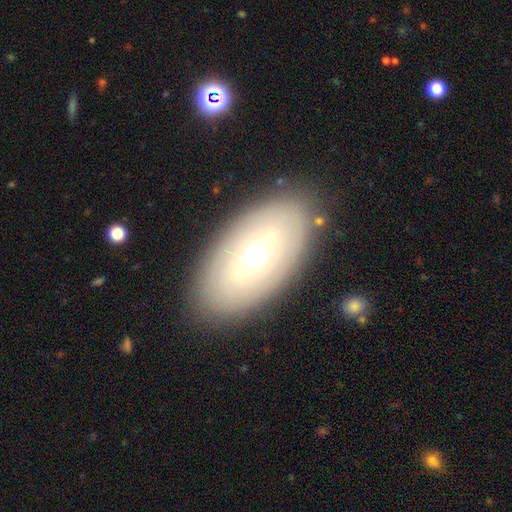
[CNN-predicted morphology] smooth-or-featured: featured or disk: 52% | smooth: 41% | star or artifact: 7%
  disk-edge-on: no: 84% | yes: 16%
  merging: none: 85% | minor disturbance: 10% | major disturbance: 3% | merger: 2%